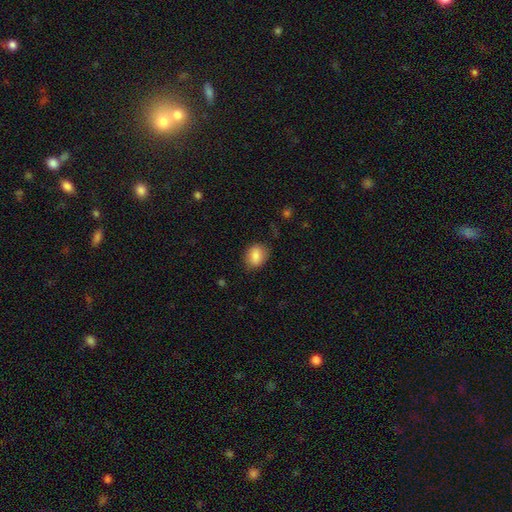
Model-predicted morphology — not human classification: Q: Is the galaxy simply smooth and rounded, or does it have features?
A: smooth — 85%.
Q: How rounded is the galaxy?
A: in between — 58%.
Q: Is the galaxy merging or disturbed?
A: none — 78%.